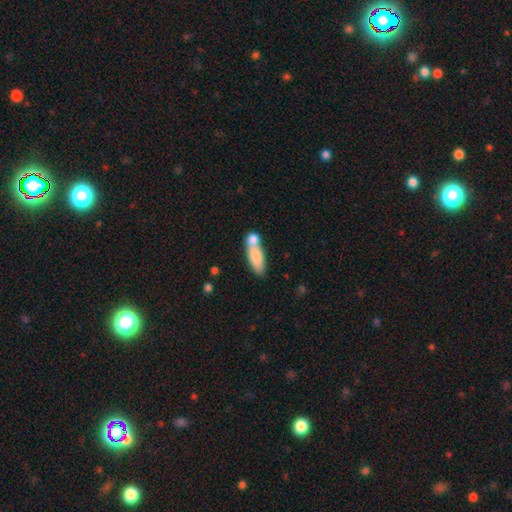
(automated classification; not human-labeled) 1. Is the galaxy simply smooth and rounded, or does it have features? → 77% smooth, 17% featured or disk, 7% star or artifact.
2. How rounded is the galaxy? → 56% in between, 41% cigar-shaped, 3% round.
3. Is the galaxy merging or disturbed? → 45% merger, 37% none, 12% minor disturbance, 5% major disturbance.